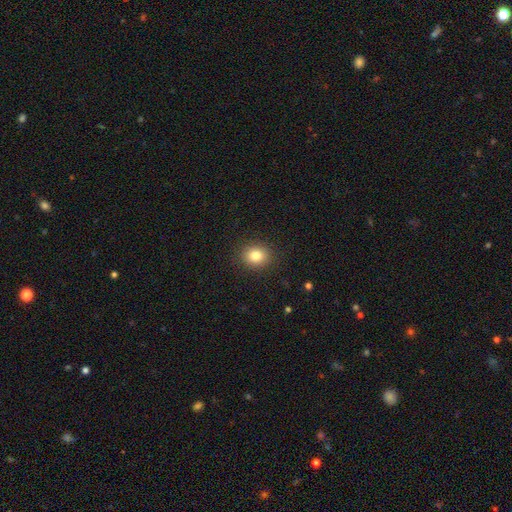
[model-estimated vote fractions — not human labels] Overall: smooth (82%). How rounded: round (73%). Merging: none (90%).